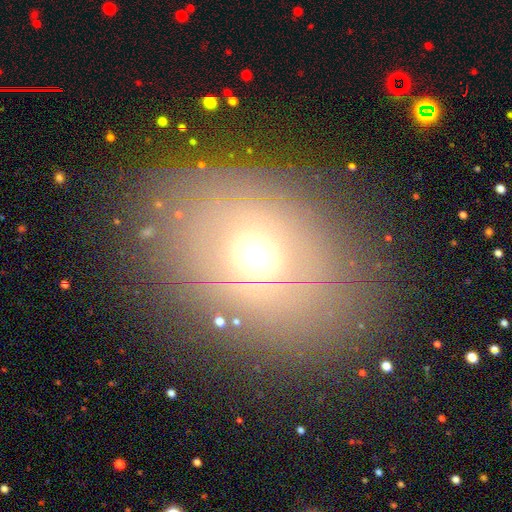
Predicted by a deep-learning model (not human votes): A smooth galaxy with no disk features (57%) that is in between round and cigar-shaped (60%).

Vote fractions:
- Smooth or featured? smooth: 57% / featured or disk: 25% / star or artifact: 18%
- How rounded? in between: 60% / round: 38% / cigar-shaped: 1%
- Merging? none: 82% / minor disturbance: 11% / major disturbance: 6% / merger: 2%